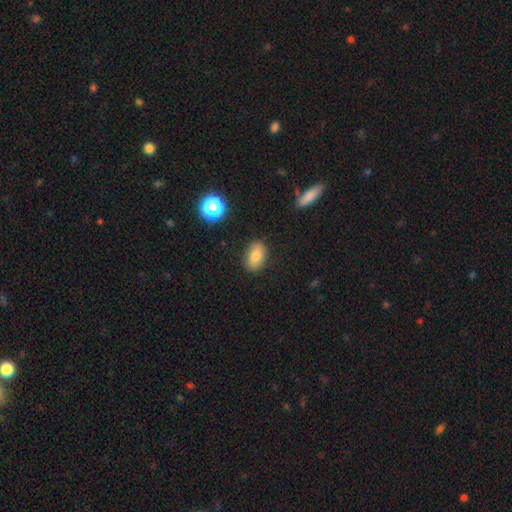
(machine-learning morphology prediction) This appears to be a smooth galaxy with no disk features (79%) that is in between round and cigar-shaped (87%). Merging: none (85%).